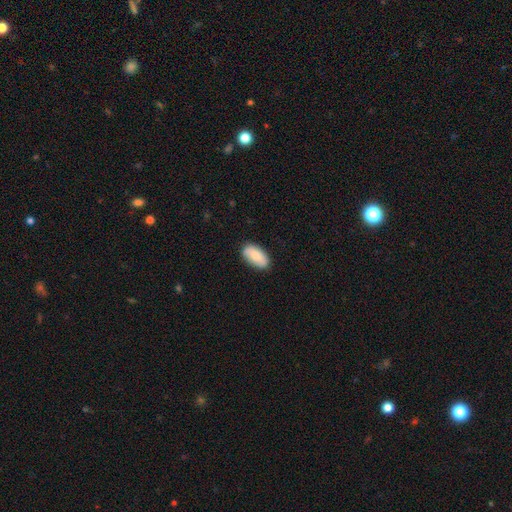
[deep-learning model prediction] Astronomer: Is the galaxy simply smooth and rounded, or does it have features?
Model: smooth — 80%.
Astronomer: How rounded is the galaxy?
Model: in between — 94%.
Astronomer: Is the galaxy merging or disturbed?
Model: none — 84%.